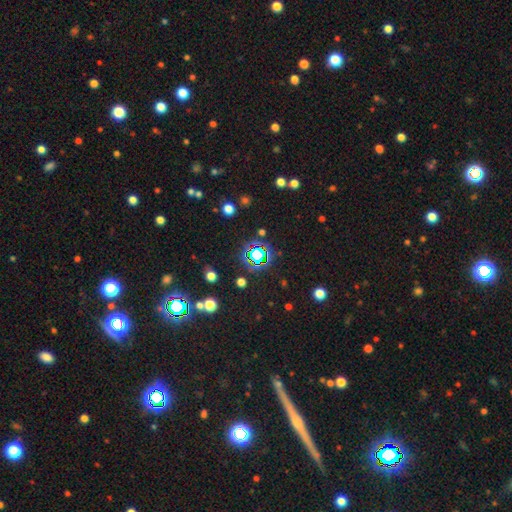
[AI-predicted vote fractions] Smooth or featured?
  - star or artifact: 65% *
  - smooth: 24%
  - featured or disk: 11%